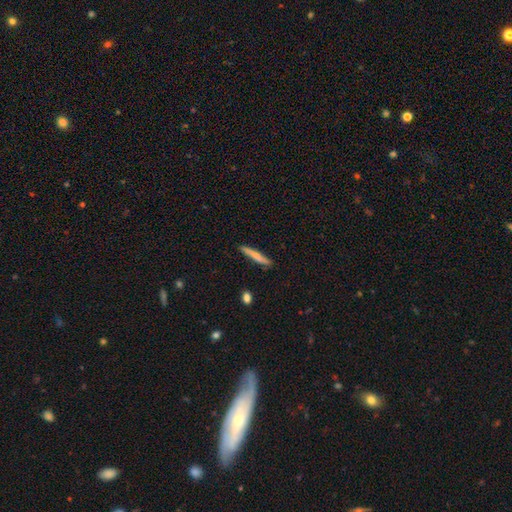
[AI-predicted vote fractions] Overall: smooth (65%; featured or disk 30%). How rounded: cigar-shaped (94%). Merging: none (85%).